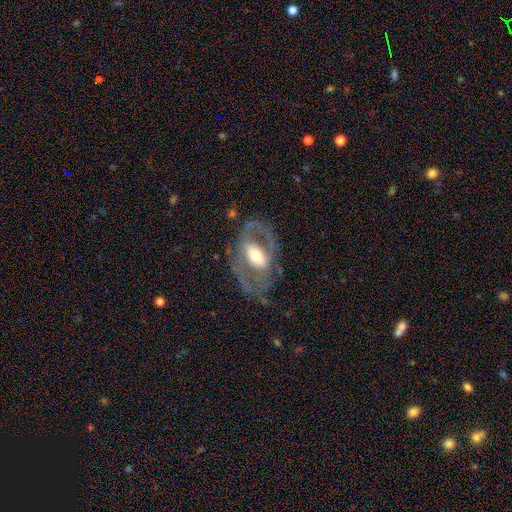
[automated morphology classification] Overall: featured or disk (73%). Edge-on disk: no (93%). Bar: no (37%; weak 33%). Spiral arms: yes (57%; no 43%). Bulge size: moderate (63%). Merging: none (58%; major disturbance 21%).